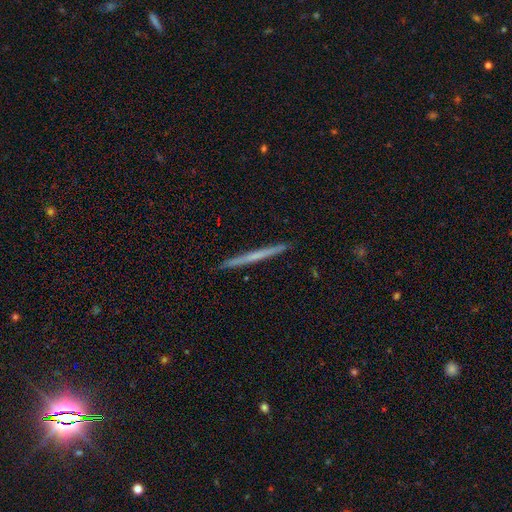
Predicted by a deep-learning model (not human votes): smooth_or_featured: featured or disk (p=0.49) [alt: smooth p=0.46]
merging: none (p=0.93) [alt: minor disturbance p=0.05]